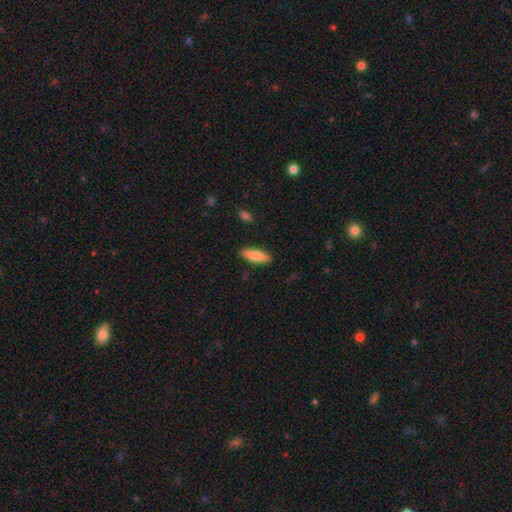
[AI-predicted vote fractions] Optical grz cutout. It shows a smooth galaxy with no disk features (83%) that is in between round and cigar-shaped (64%). Merging: none (88%).